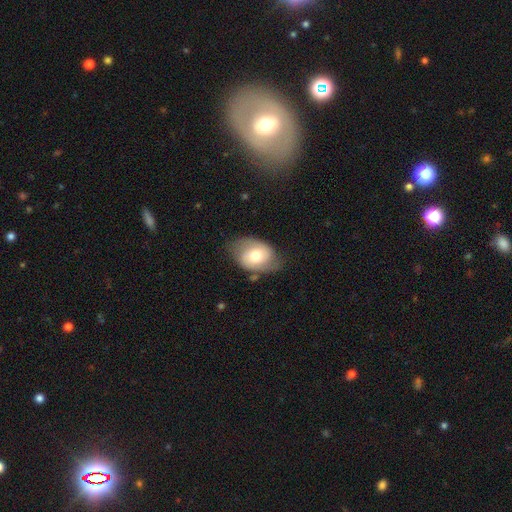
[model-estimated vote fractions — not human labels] Smooth or featured? Predicted: smooth (p=0.53). How rounded? Predicted: in between (p=0.78). Merging? Predicted: none (p=0.62).